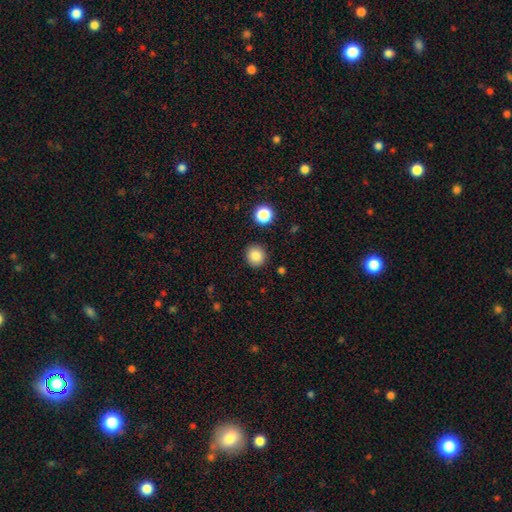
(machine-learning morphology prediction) type=smooth (85%); roundness=round (91%); merging=none (90%).